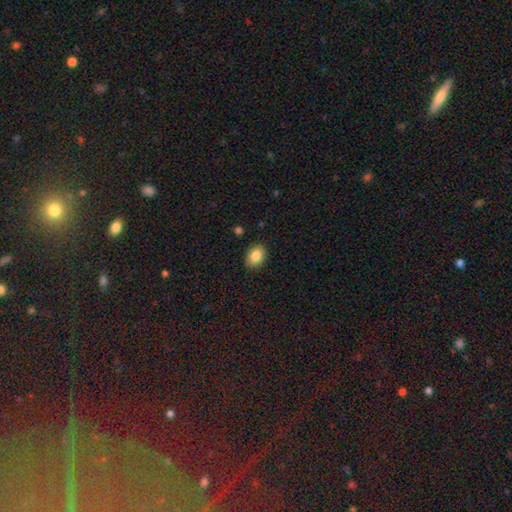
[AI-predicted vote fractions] Smooth or featured?
  - smooth: 85% *
  - star or artifact: 8%
  - featured or disk: 7%
How rounded?
  - in between: 73% *
  - round: 26%
  - cigar-shaped: 1%
Merging?
  - none: 86% *
  - minor disturbance: 11%
  - major disturbance: 2%
  - merger: 1%